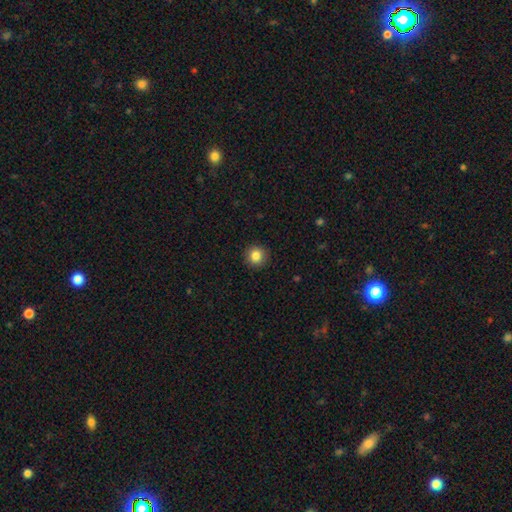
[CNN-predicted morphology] Smooth or featured? smooth (85%)
How rounded? round (94%)
Merging? none (92%)